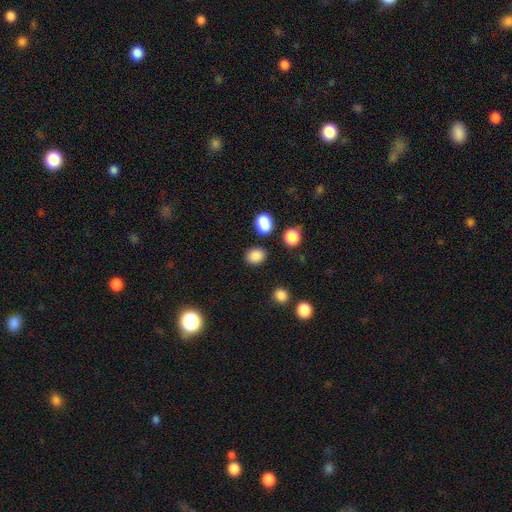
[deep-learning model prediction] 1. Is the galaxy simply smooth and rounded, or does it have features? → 86% smooth, 11% star or artifact, 4% featured or disk.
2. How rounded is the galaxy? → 49% round (tied), 49% in between (tied), 1% cigar-shaped.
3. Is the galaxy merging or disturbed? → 84% none, 9% minor disturbance, 4% merger, 3% major disturbance.